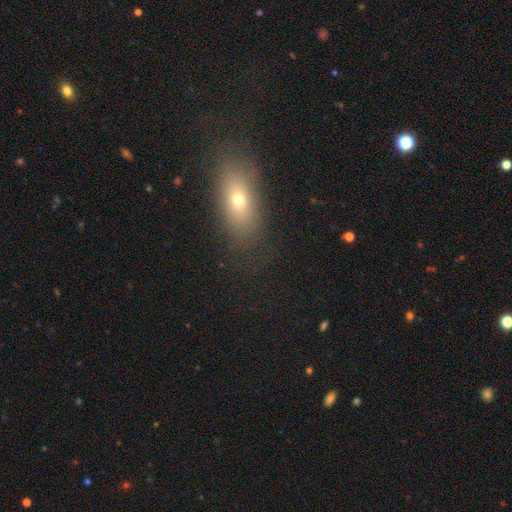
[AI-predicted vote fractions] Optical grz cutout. It shows a smooth galaxy with no disk features (64%) that is in between round and cigar-shaped (76%). Merging: none (85%).